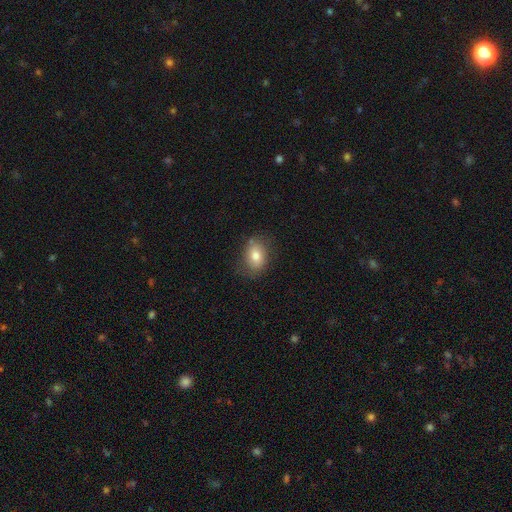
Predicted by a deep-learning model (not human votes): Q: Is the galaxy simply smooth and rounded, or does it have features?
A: smooth — 77%.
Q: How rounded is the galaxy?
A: in between — 74%.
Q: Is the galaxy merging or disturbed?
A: none — 75%.